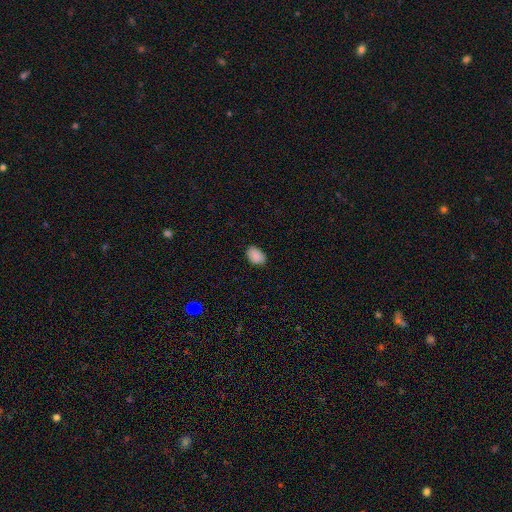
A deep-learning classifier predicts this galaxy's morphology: This is clearly a smooth galaxy (88%). How rounded: clearly in between (85%). Merging: clearly none (82%).